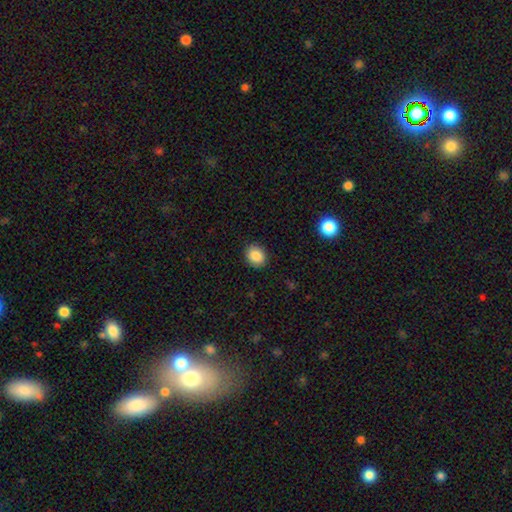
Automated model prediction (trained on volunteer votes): smooth 87%, star or artifact 9%, featured or disk 5%. Down the decision tree: how rounded — round (65%); merging — none (90%).